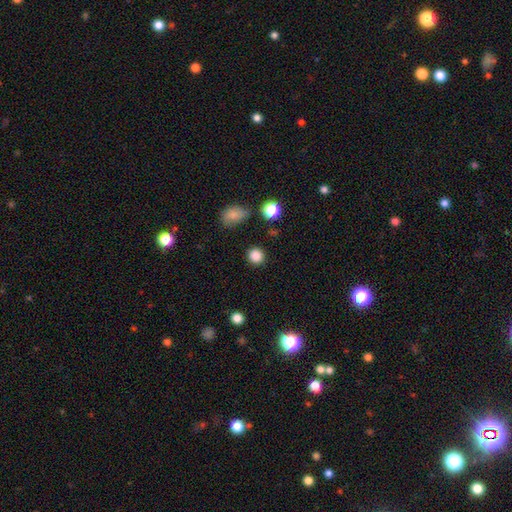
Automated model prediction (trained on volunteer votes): Smooth or featured?
  - smooth: 85% *
  - star or artifact: 11%
  - featured or disk: 3%
How rounded?
  - round: 90% *
  - in between: 9%
  - cigar-shaped: 1%
Merging?
  - none: 88% *
  - minor disturbance: 7%
  - major disturbance: 3%
  - merger: 2%